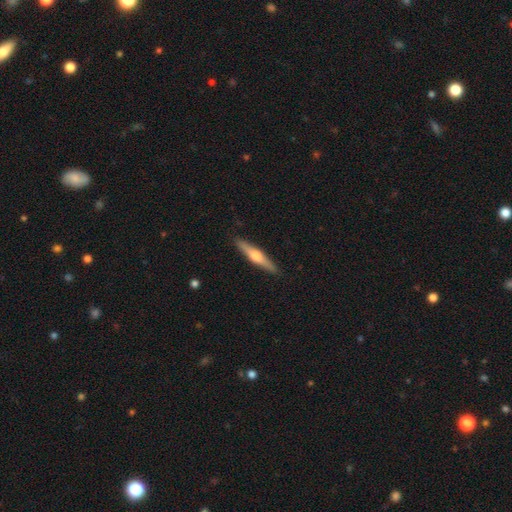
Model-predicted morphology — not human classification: smooth-or-featured: featured or disk: 60% | smooth: 35% | star or artifact: 5%
  disk-edge-on: yes: 97% | no: 3%
    edge-on-bulge: rounded: 92% | boxy: 4% | none: 4%
  merging: none: 91% | minor disturbance: 7% | major disturbance: 1% | merger: 1%